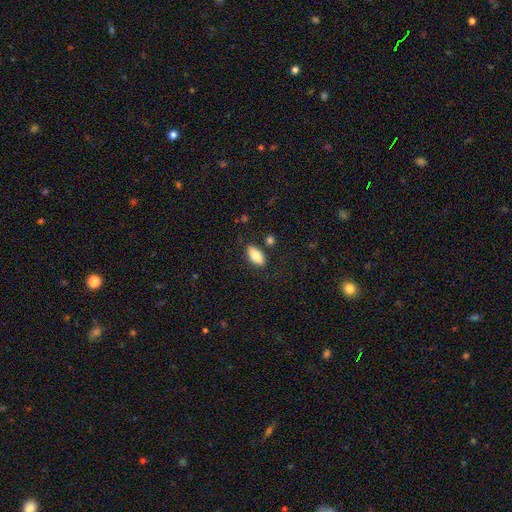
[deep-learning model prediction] Morphology: type=smooth (82%); roundness=in between (88%); merging=none (83%).